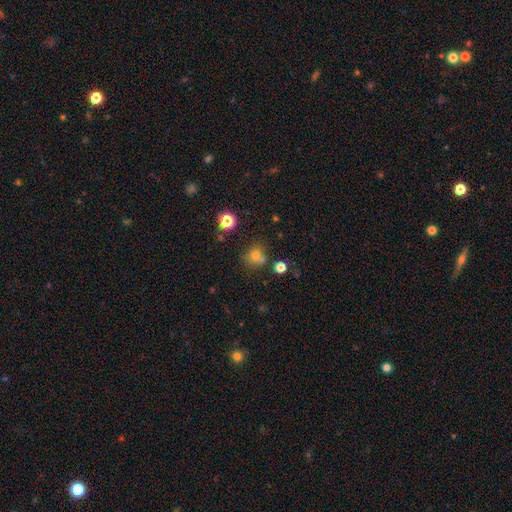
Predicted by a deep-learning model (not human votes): smooth-or-featured: smooth: 72% | star or artifact: 18% | featured or disk: 10%
  how-rounded: round: 83% | in between: 16% | cigar-shaped: 1%
  merging: none: 63% | merger: 17% | minor disturbance: 15% | major disturbance: 5%